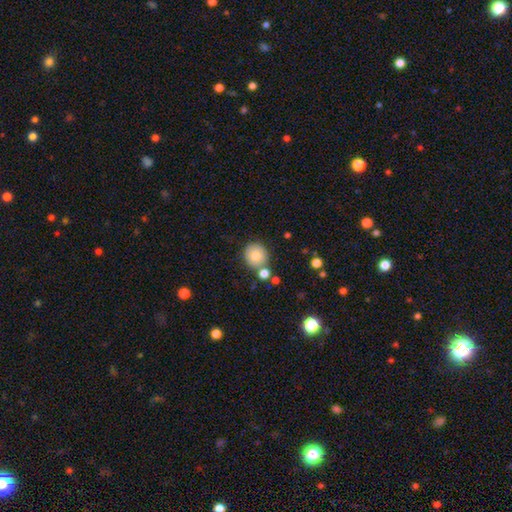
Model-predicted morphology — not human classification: Smooth or featured: smooth — 81% (star or artifact — 10%)
How rounded: round — 88% (in between — 11%)
Merging: none — 73% (merger — 14%)